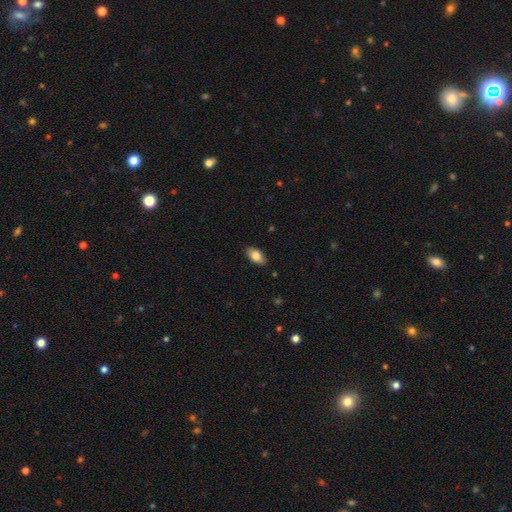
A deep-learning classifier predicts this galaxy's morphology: type=smooth (83%); roundness=in between (93%); merging=none (88%).